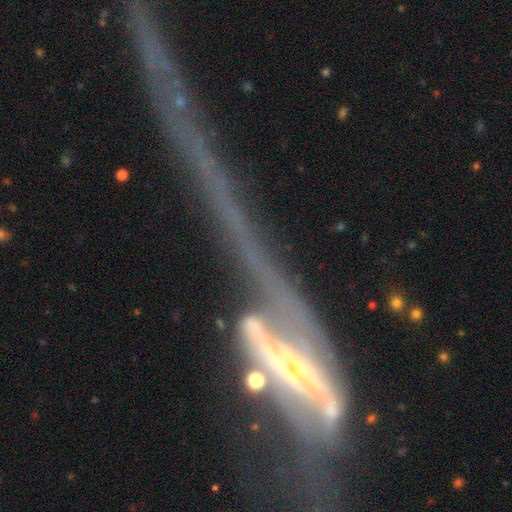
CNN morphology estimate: Overall: featured or disk (82%). Edge-on disk: no (58%; yes 42%). Merging: major disturbance (43%; none 26%).